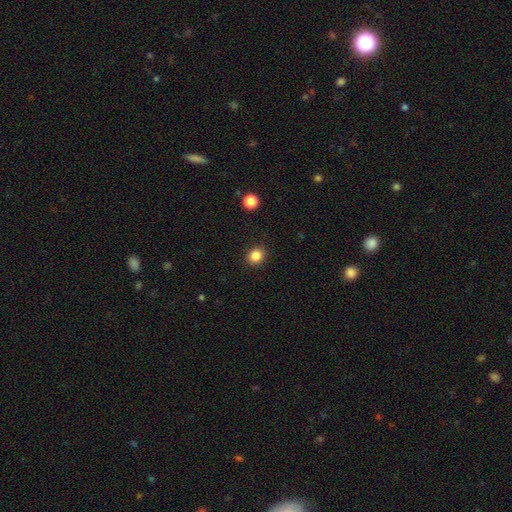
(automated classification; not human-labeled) Smooth or featured? smooth (85%)
How rounded? round (73%)
Merging? none (90%)